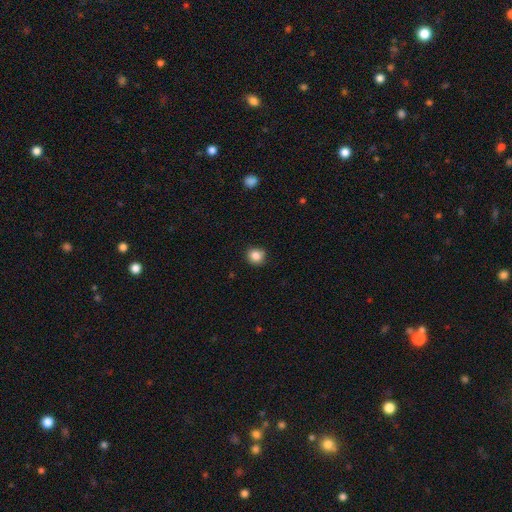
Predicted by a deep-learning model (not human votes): smooth-or-featured: smooth: 85% | star or artifact: 10% | featured or disk: 4%
  how-rounded: round: 89% | in between: 10% | cigar-shaped: 1%
  merging: none: 89% | minor disturbance: 8% | major disturbance: 2% | merger: 1%